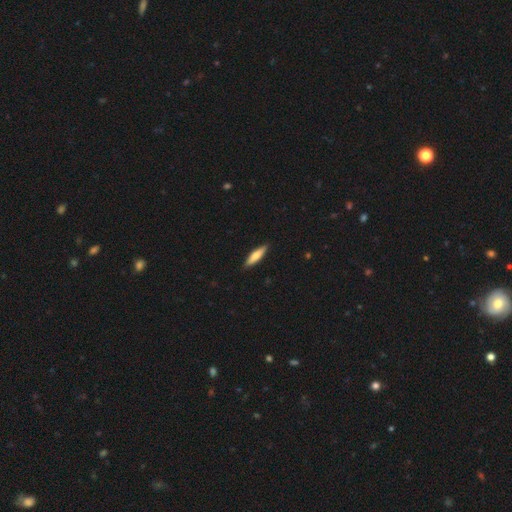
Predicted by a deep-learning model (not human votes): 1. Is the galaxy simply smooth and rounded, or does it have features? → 68% smooth, 26% featured or disk, 5% star or artifact.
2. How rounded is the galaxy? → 73% cigar-shaped, 25% in between, 2% round.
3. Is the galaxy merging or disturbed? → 90% none, 8% minor disturbance, 2% major disturbance, 1% merger.